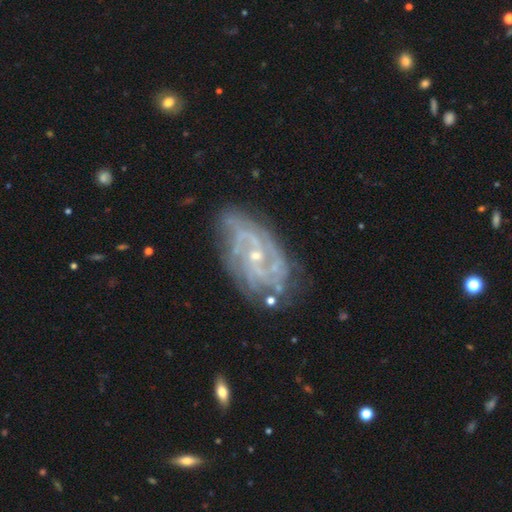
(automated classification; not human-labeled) Smooth or featured?
  - featured or disk: 88% *
  - star or artifact: 6%
  - smooth: 5%
Edge-on disk?
  - no: 96% *
  - yes: 4%
Bar?
  - no: 62% *
  - weak: 30%
  - strong: 8%
Spiral arms?
  - yes: 96% *
  - no: 4%
Spiral winding?
  - tight: 58% *
  - medium: 34%
  - loose: 7%
Spiral arm count?
  - 2: 27% *
  - can't tell: 25%
  - 3: 21%
  - 4: 13%
  - more than 4: 7%
  - 1: 6%
Bulge size?
  - small: 72% *
  - moderate: 25%
  - none: 2%
  - large: 1%
  - dominant: 1%
Merging?
  - none: 70% *
  - minor disturbance: 20%
  - major disturbance: 7%
  - merger: 2%